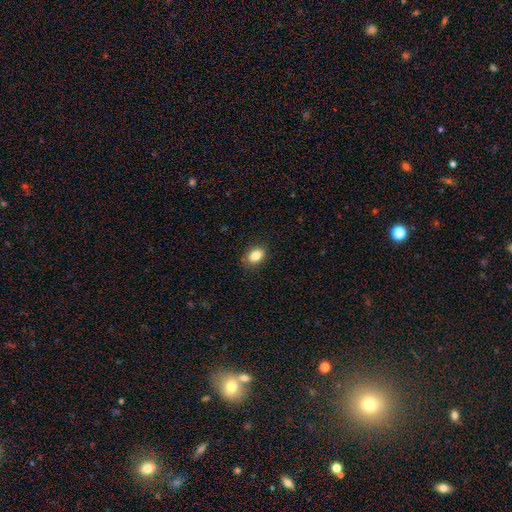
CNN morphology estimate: Smooth or featured? smooth (86%)
How rounded? in between (79%)
Merging? none (87%)